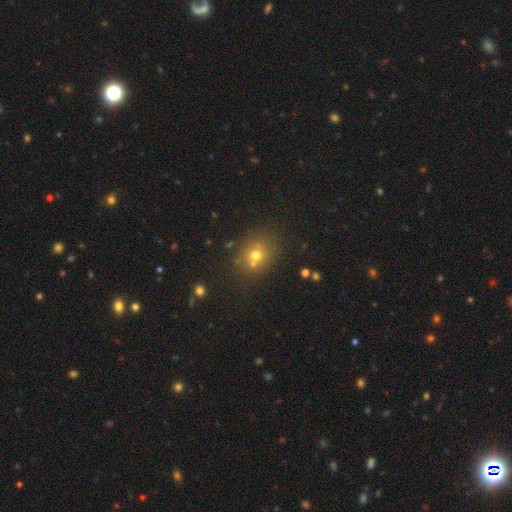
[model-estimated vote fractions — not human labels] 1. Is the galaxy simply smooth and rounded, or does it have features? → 64% smooth, 21% star or artifact, 15% featured or disk.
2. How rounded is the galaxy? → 70% round, 29% in between, 1% cigar-shaped.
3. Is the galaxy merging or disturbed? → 63% none, 21% merger, 11% minor disturbance, 4% major disturbance.